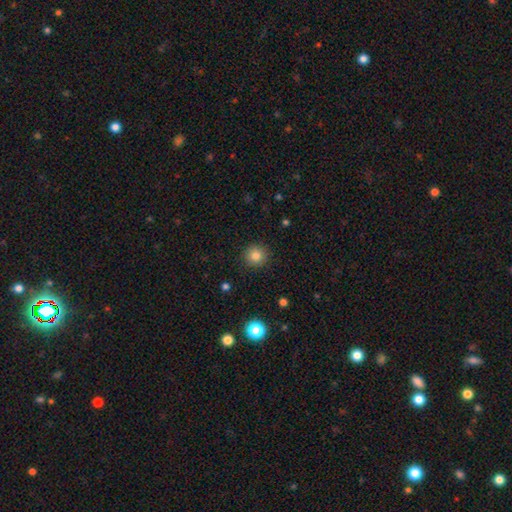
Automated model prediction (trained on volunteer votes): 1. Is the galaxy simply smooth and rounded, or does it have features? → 82% smooth, 12% star or artifact, 6% featured or disk.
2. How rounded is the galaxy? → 94% round, 5% in between, 1% cigar-shaped.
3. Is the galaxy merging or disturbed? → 91% none, 6% minor disturbance, 2% major disturbance, 1% merger.